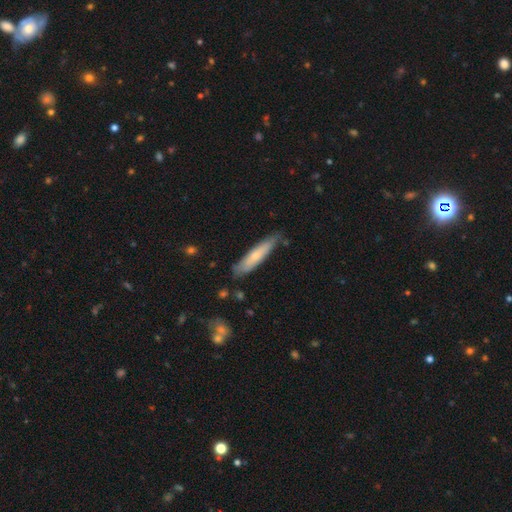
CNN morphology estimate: A smooth galaxy with no disk features (59%) that is cigar-shaped (83%).

Vote fractions:
- Smooth or featured? smooth: 59% / featured or disk: 35% / star or artifact: 6%
- How rounded? cigar-shaped: 83% / in between: 15% / round: 1%
- Merging? none: 75% / minor disturbance: 19% / major disturbance: 3% / merger: 2%